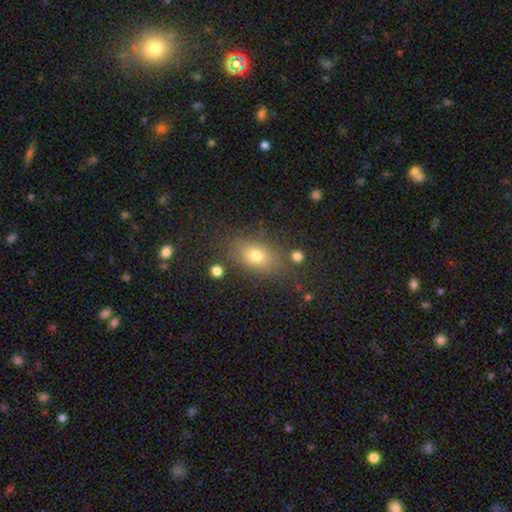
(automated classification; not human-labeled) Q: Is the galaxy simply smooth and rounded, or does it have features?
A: smooth — 74%.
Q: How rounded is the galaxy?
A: in between — 76%.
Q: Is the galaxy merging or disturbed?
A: none — 78%.